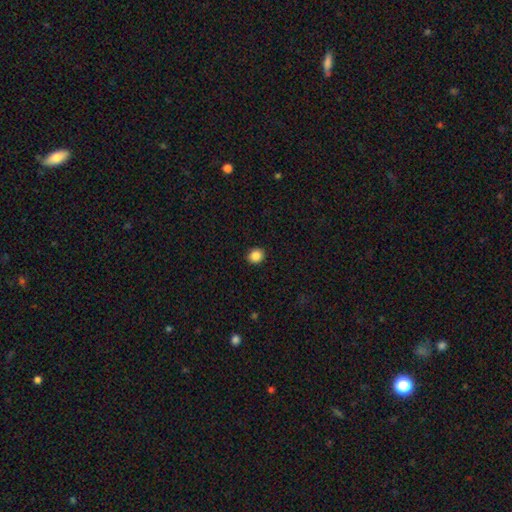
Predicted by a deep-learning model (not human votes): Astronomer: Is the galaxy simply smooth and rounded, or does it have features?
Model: smooth — 87%.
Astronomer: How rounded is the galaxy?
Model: round — 81%.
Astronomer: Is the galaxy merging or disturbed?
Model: none — 92%.